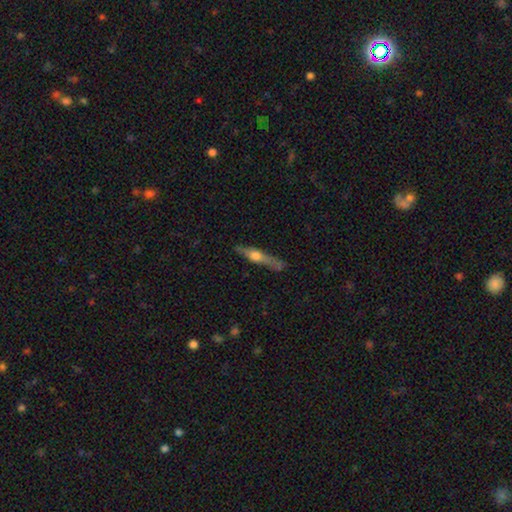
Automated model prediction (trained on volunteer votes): Q: Smooth or featured?
A: featured or disk (63%); runner-up: smooth (31%)
Q: Edge-on disk?
A: yes (95%); runner-up: no (5%)
Q: Edge-on bulge?
A: rounded (91%); runner-up: boxy (5%)
Q: Merging?
A: none (75%); runner-up: minor disturbance (17%)